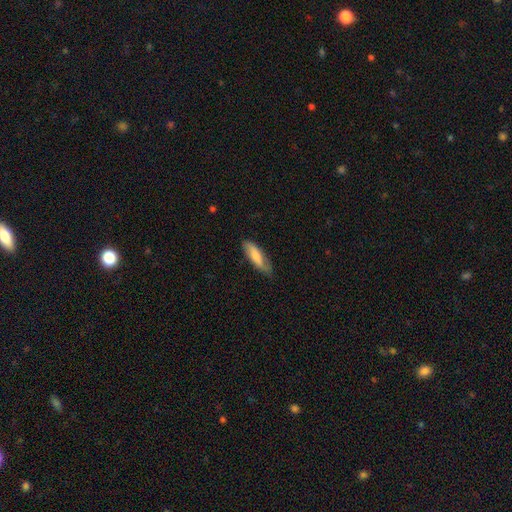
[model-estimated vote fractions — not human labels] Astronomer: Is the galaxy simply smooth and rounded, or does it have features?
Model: smooth — 71%.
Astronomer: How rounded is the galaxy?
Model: in between — 51% (runner-up: cigar-shaped, 47%).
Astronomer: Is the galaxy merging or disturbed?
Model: none — 71%.